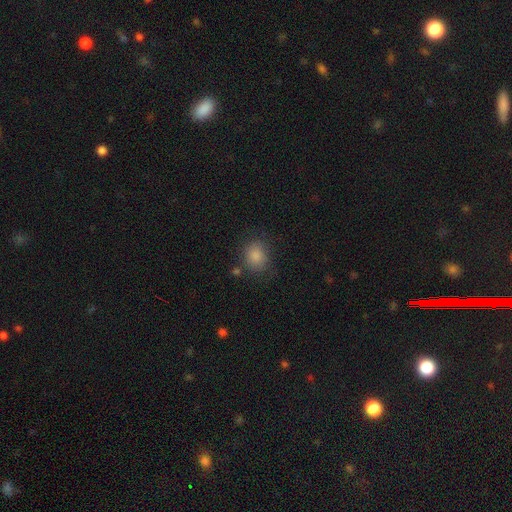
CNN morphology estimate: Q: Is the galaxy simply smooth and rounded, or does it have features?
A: smooth — 85%.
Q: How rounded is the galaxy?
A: round — 64%.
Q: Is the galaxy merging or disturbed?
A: none — 74%.